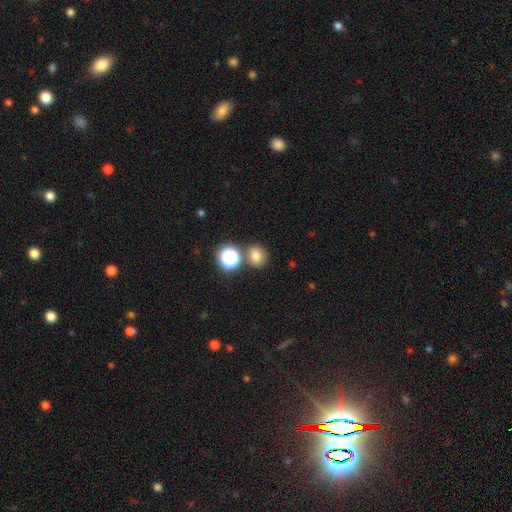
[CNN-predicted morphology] Smooth or featured: smooth — 75% (star or artifact — 18%)
How rounded: round — 67% (in between — 32%)
Merging: none — 73% (merger — 13%)